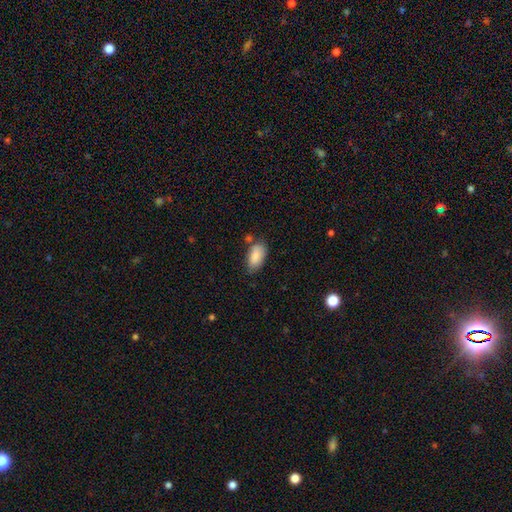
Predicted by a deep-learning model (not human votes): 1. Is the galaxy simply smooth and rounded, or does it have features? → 86% smooth, 8% featured or disk, 7% star or artifact.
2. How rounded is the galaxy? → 93% in between, 3% cigar-shaped, 3% round.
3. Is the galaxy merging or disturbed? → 65% none, 23% minor disturbance, 8% merger, 5% major disturbance.